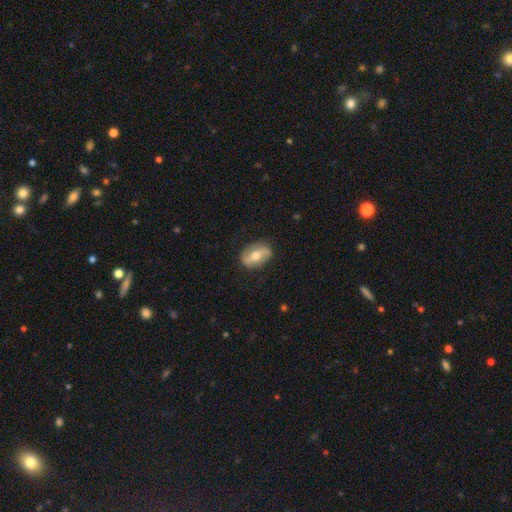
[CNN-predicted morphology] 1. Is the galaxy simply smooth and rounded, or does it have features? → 47% featured or disk, 46% smooth, 7% star or artifact.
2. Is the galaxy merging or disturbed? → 81% none, 14% minor disturbance, 4% major disturbance, 1% merger.